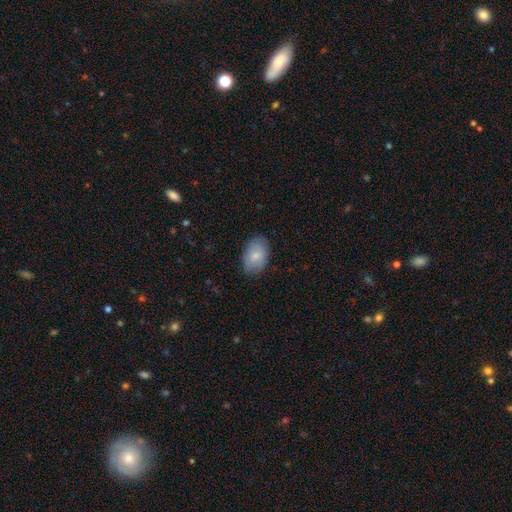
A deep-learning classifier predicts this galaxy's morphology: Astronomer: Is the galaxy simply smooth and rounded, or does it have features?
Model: smooth — 77%.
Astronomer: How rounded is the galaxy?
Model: in between — 90%.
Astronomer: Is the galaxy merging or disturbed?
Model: none — 80%.